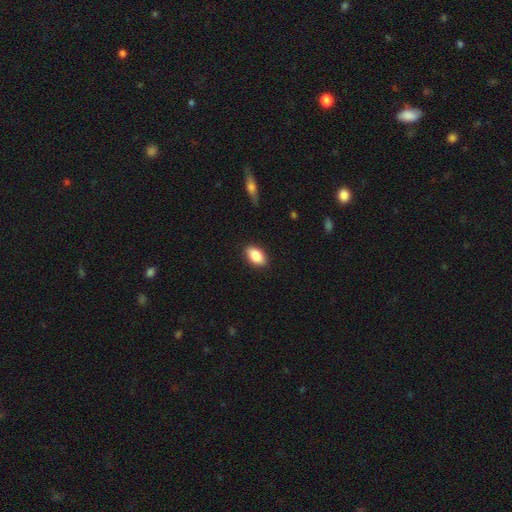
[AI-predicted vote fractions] smooth_or_featured: smooth (p=0.86) [alt: star or artifact p=0.07]
how_rounded: in between (p=0.91) [alt: round p=0.07]
merging: none (p=0.87) [alt: minor disturbance p=0.10]